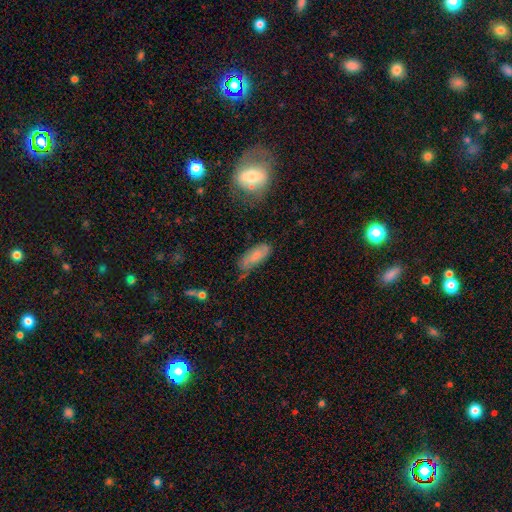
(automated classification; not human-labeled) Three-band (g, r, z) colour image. It shows a smooth galaxy with no disk features (63%) that is in between round and cigar-shaped (79%). Merging: none (57%).